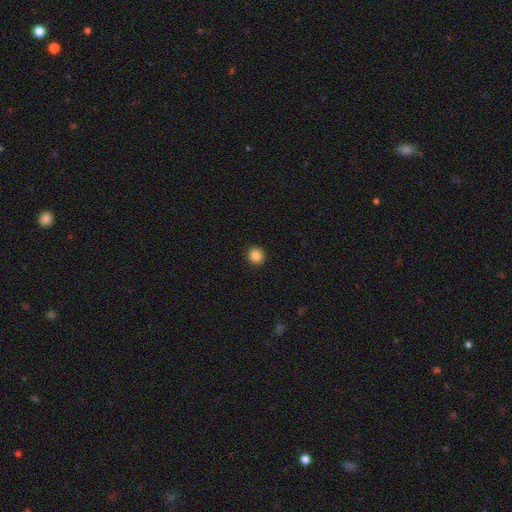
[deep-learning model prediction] The model was most divided on "how rounded": round: 87%, in between: 12%, cigar-shaped: 1%. More confident: merging — none (92%); smooth or featured — smooth (86%).